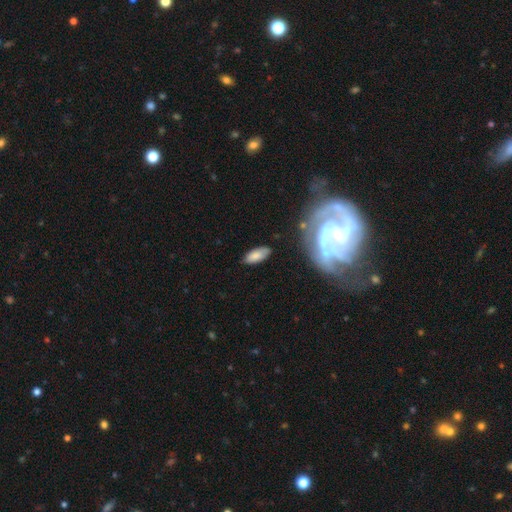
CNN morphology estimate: smooth_or_featured: smooth (p=0.79) [alt: featured or disk p=0.14]
how_rounded: in between (p=0.85) [alt: cigar-shaped p=0.13]
merging: none (p=0.78) [alt: minor disturbance p=0.16]